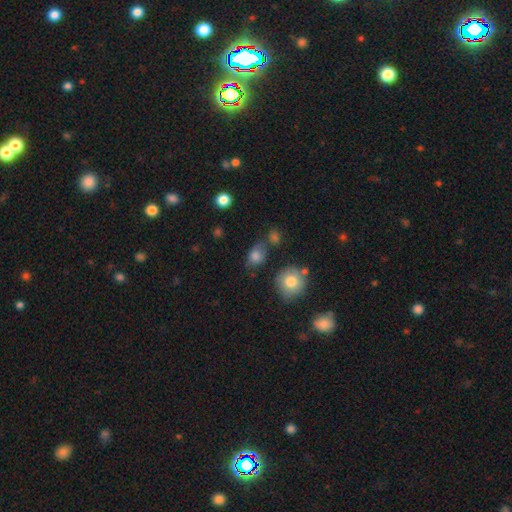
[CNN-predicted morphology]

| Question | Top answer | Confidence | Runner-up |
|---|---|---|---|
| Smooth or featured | smooth | 79% | star or artifact (11%) |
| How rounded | in between | 68% | round (30%) |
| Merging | none | 60% | minor disturbance (22%) |